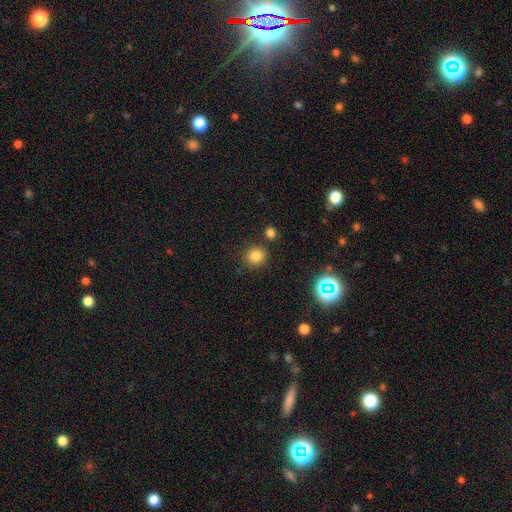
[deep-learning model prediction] smooth-or-featured: smooth: 81% | star or artifact: 13% | featured or disk: 5%
  how-rounded: round: 88% | in between: 11% | cigar-shaped: 1%
  merging: none: 82% | minor disturbance: 8% | merger: 7% | major disturbance: 3%